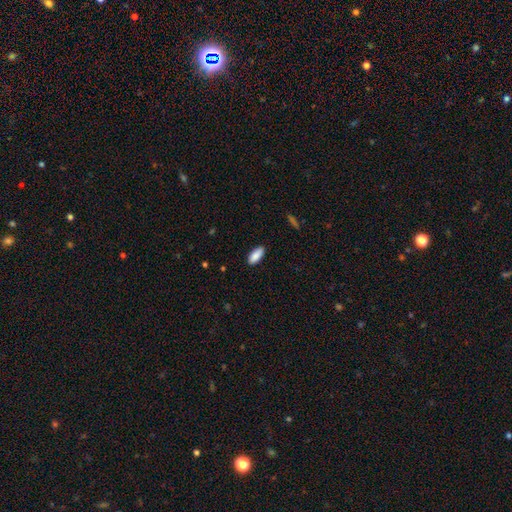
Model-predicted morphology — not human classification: type=smooth (89%); roundness=in between (80%); merging=none (88%).